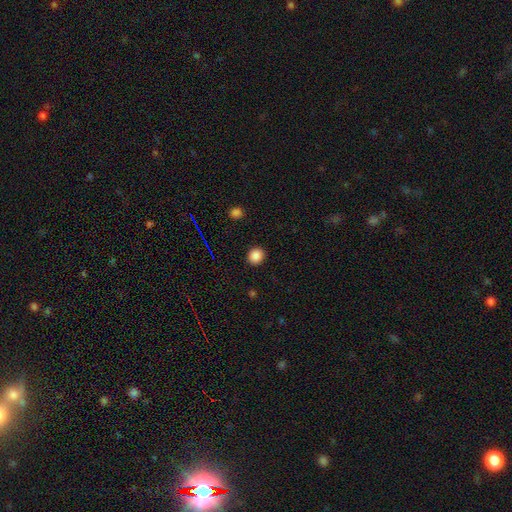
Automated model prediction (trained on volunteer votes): Q: Smooth or featured?
A: smooth (86%); runner-up: star or artifact (11%)
Q: How rounded?
A: round (76%); runner-up: in between (23%)
Q: Merging?
A: none (90%); runner-up: minor disturbance (6%)